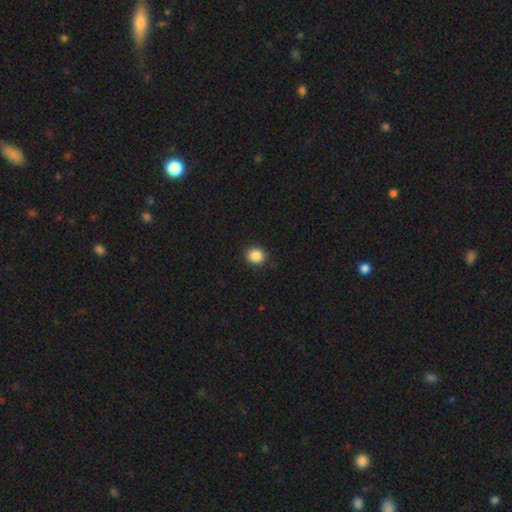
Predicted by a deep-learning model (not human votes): Morphology: type=smooth (87%); roundness=round (83%); merging=none (90%).